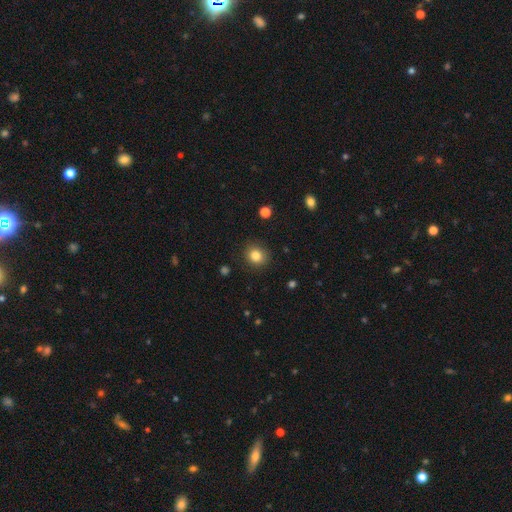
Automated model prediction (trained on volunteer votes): Smooth or featured? Predicted: smooth (p=0.83). How rounded? Predicted: round (p=0.81). Merging? Predicted: none (p=0.89).